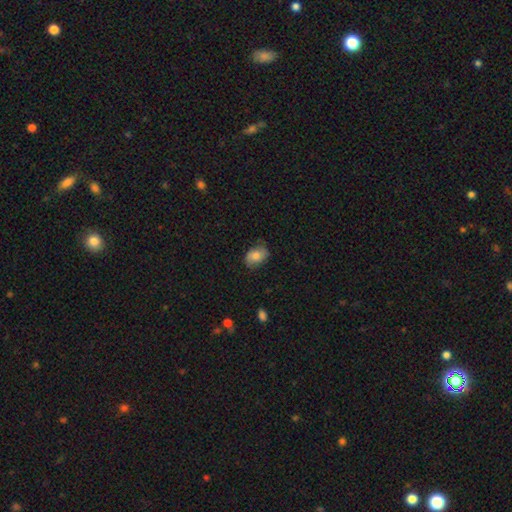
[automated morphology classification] Smooth or featured: smooth — 71% (featured or disk — 21%)
How rounded: in between — 79% (round — 20%)
Merging: none — 66% (minor disturbance — 26%)